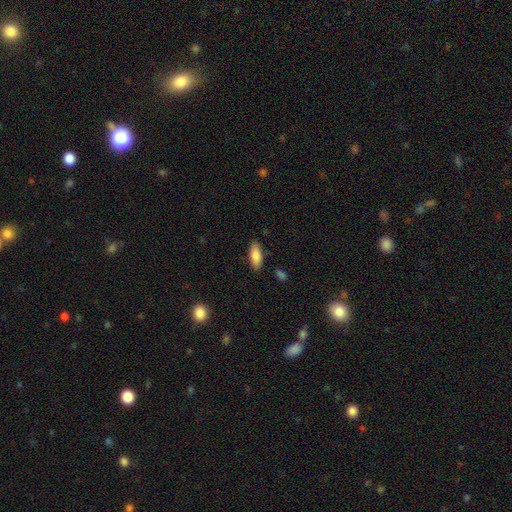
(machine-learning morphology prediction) A smooth galaxy with no disk features (86%) that is in between round and cigar-shaped (75%). Merging: none (85%).